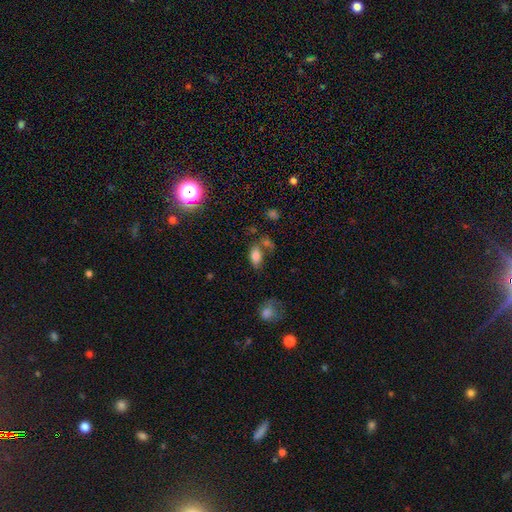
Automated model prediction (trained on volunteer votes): Smooth or featured: smooth — 79% (star or artifact — 11%)
How rounded: in between — 91% (round — 6%)
Merging: none — 53% (merger — 20%)